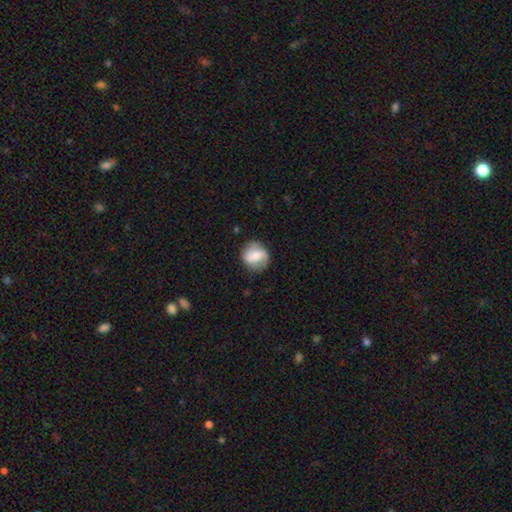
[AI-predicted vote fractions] Q: Smooth or featured?
A: smooth (50%); runner-up: featured or disk (43%)
Q: Merging?
A: none (78%); runner-up: minor disturbance (15%)